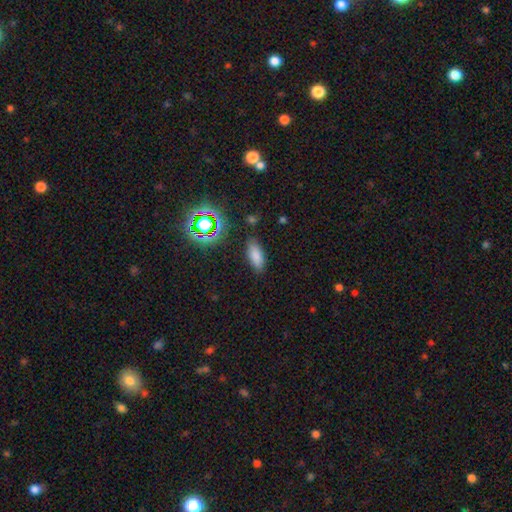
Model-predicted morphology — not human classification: type=smooth (77%); roundness=in between (77%); merging=none (82%).